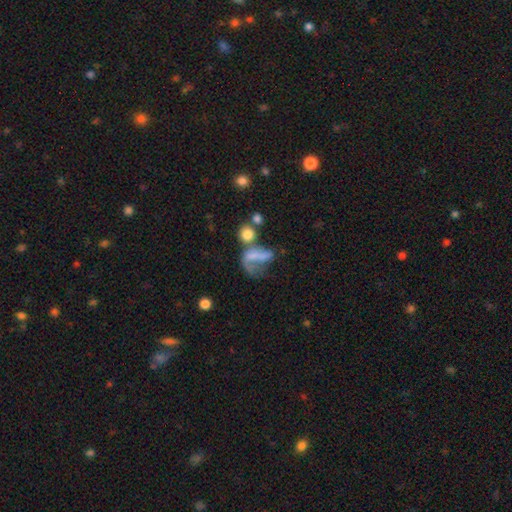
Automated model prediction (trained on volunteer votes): smooth_or_featured: smooth (p=0.48) [alt: featured or disk p=0.38]
merging: major disturbance (p=0.41) [alt: merger p=0.30]